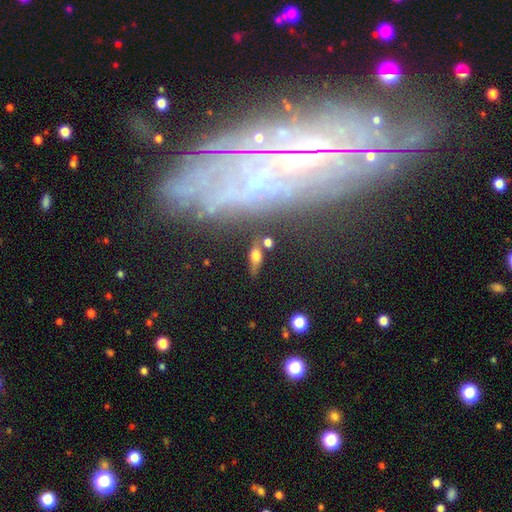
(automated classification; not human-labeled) smooth 55%, featured or disk 33%, star or artifact 12%. Down the decision tree: how rounded — in between (66%); merging — none (65%).